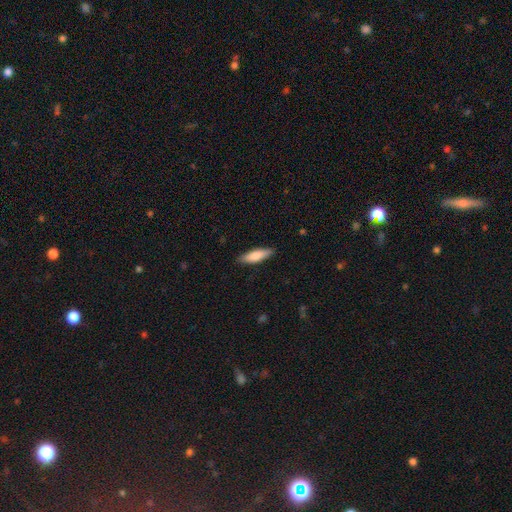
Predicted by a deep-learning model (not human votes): smooth_or_featured: smooth (p=0.81) [alt: featured or disk p=0.14]
how_rounded: cigar-shaped (p=0.55) [alt: in between p=0.43]
merging: none (p=0.86) [alt: minor disturbance p=0.11]